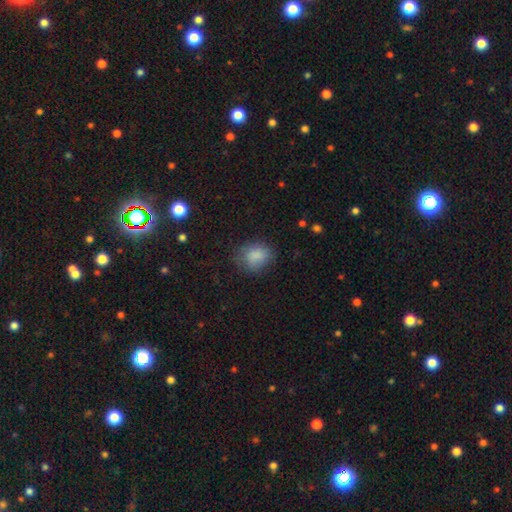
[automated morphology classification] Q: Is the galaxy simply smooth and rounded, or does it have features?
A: smooth — 84%.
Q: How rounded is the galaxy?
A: round — 50%.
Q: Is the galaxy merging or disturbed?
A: none — 66%.